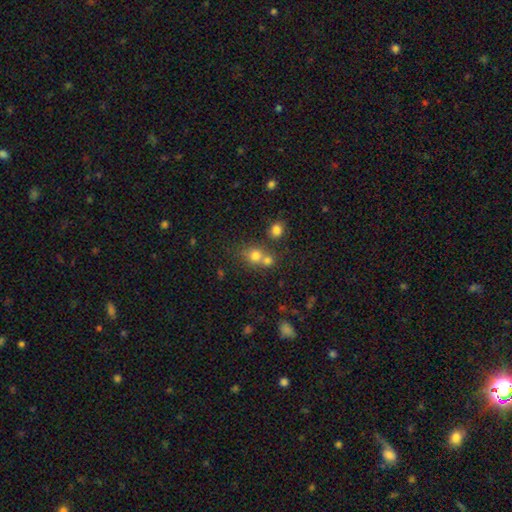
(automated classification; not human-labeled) Morphology: type=smooth (74%); roundness=round (79%); merging=none (45%).